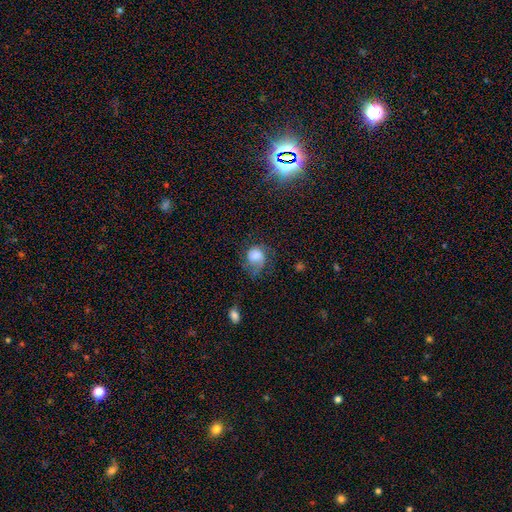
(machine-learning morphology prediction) This is possibly a smooth galaxy (59%). How rounded: likely round (67%). Merging: marginally none (41%).